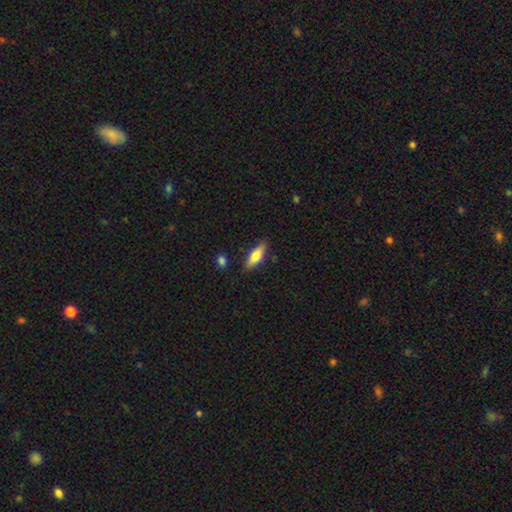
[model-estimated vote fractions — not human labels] Q: Smooth or featured?
A: smooth (69%); runner-up: featured or disk (25%)
Q: How rounded?
A: in between (55%); runner-up: cigar-shaped (43%)
Q: Merging?
A: none (84%); runner-up: minor disturbance (11%)